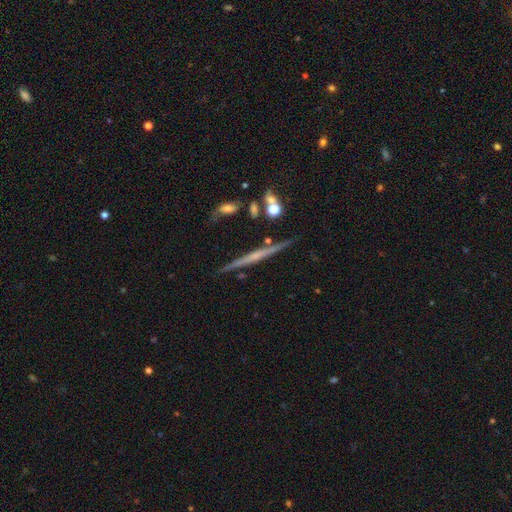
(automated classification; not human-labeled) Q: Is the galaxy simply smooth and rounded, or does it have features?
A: featured or disk — 71%.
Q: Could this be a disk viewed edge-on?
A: yes — 97%.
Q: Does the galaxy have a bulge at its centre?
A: none — 58%.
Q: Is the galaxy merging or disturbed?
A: none — 84%.